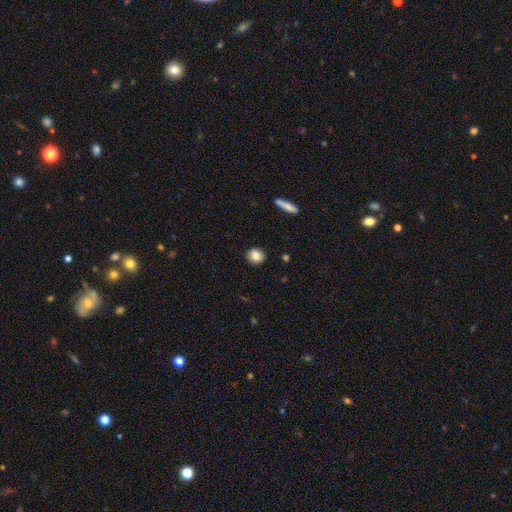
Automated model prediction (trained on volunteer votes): Overall: smooth (87%). How rounded: round (78%). Merging: none (88%).